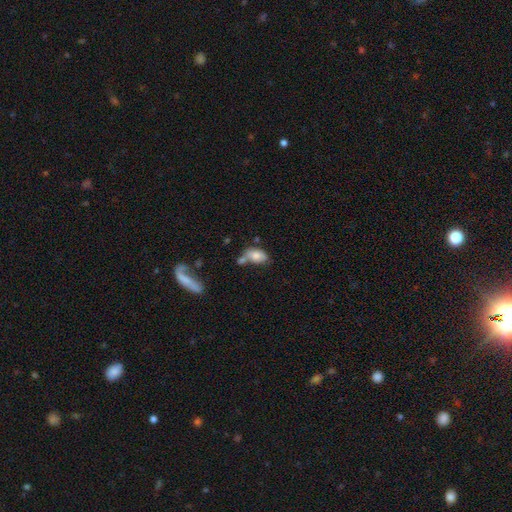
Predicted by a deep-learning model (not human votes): Overall: smooth (77%). How rounded: in between (90%). Merging: none (43%; merger 29%).